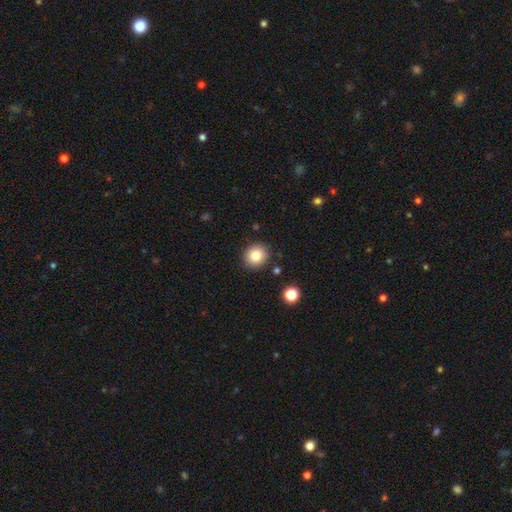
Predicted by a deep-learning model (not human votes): The model was most divided on "smooth or featured": smooth: 83%, star or artifact: 10%, featured or disk: 7%. More confident: merging — none (89%); how rounded — round (87%).